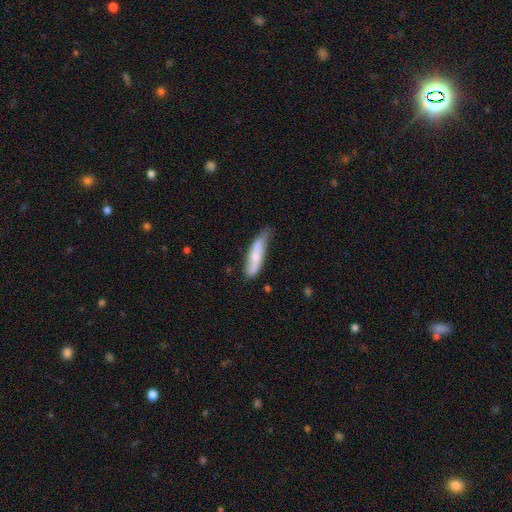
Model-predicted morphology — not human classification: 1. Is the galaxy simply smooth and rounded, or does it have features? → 55% smooth, 39% featured or disk, 6% star or artifact.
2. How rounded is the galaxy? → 71% cigar-shaped, 27% in between, 2% round.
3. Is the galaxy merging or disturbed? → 57% none, 34% minor disturbance, 7% major disturbance, 3% merger.